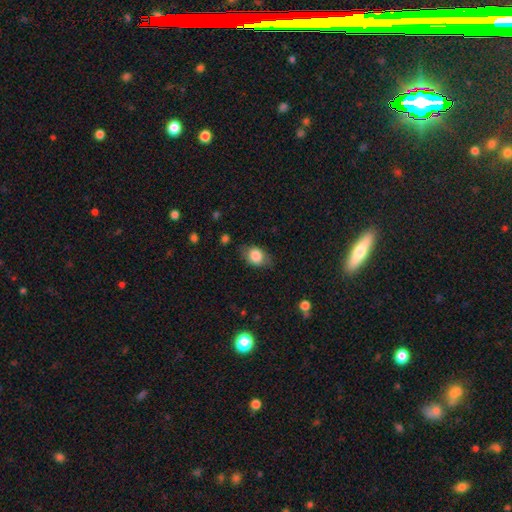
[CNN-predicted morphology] This is clearly a smooth galaxy (80%). How rounded: likely in between (72%). Merging: likely none (72%).